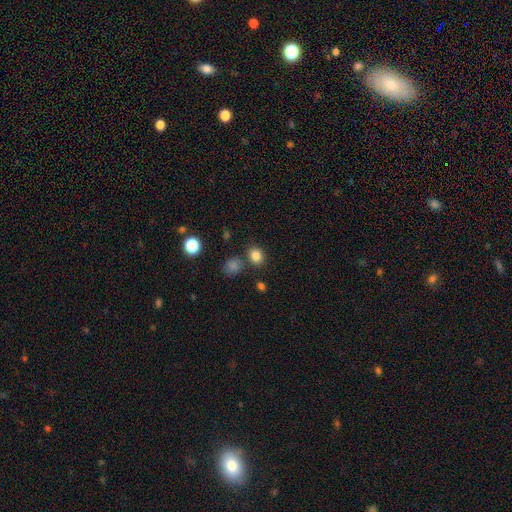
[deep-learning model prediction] Smooth or featured? smooth (83%)
How rounded? round (64%)
Merging? none (75%)